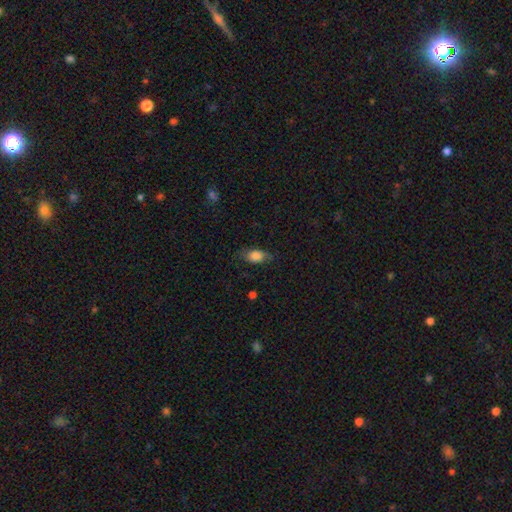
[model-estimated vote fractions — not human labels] A smooth galaxy with no disk features (76%) that is in between round and cigar-shaped (84%).

Vote fractions:
- Smooth or featured? smooth: 76% / featured or disk: 16% / star or artifact: 8%
- How rounded? in between: 84% / round: 9% / cigar-shaped: 7%
- Merging? none: 72% / minor disturbance: 20% / major disturbance: 7% / merger: 1%